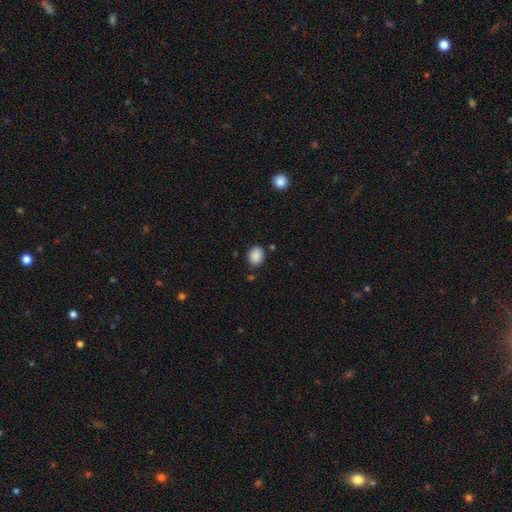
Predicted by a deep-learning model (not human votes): A smooth galaxy with no disk features (89%) that is in between round and cigar-shaped (52%). Merging: none (81%).